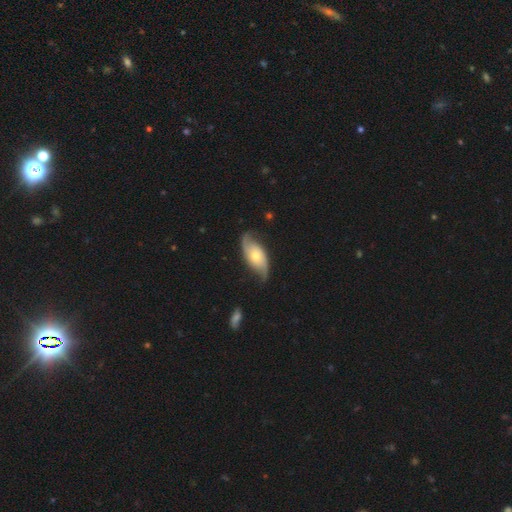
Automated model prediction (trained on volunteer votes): featured or disk 75%, smooth 20%, star or artifact 5%. Down the decision tree: edge-on disk — no (93%); bar — no (73%); spiral arms — yes (93%); spiral arm count — 2 (90%); spiral winding — loose (53%); bulge size — moderate (54%); merging — none (72%).